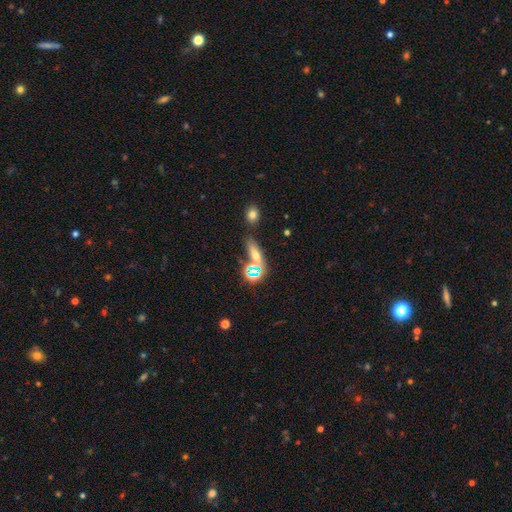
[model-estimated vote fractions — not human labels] smooth-or-featured: smooth: 48% | star or artifact: 29% | featured or disk: 23%
  merging: none: 60% | merger: 19% | minor disturbance: 13% | major disturbance: 7%